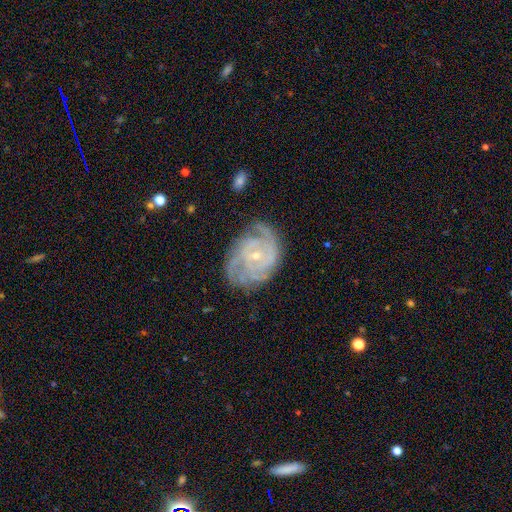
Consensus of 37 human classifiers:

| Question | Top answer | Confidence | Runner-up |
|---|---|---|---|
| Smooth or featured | featured or disk | 97% | star or artifact (3%) |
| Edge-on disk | no | 97% | yes (3%) |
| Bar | no | 57% | weak (37%) |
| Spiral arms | yes | 97% | no (3%) |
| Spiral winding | tight | 56% | medium (35%) |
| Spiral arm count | can't tell | 47% | 3 (26%) |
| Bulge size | small | 71% | moderate (29%) |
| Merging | none | 58% | minor disturbance (22%) |